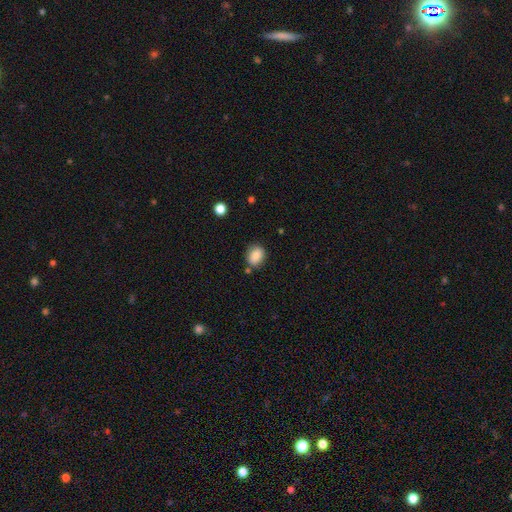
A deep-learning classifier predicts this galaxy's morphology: Smooth or featured?
  - smooth: 86% *
  - star or artifact: 8%
  - featured or disk: 5%
How rounded?
  - in between: 59% *
  - round: 40%
  - cigar-shaped: 1%
Merging?
  - none: 77% *
  - minor disturbance: 15%
  - merger: 5%
  - major disturbance: 3%